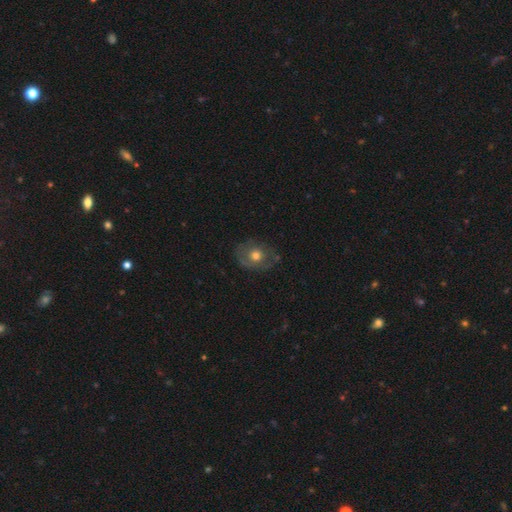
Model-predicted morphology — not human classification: Q: Smooth or featured?
A: smooth (53%); runner-up: featured or disk (37%)
Q: How rounded?
A: round (58%); runner-up: in between (40%)
Q: Merging?
A: none (69%); runner-up: minor disturbance (20%)